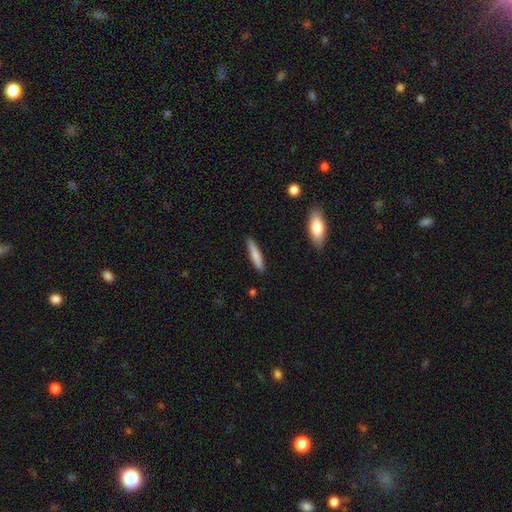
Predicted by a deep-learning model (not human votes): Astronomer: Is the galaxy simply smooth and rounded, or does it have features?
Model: smooth — 79%.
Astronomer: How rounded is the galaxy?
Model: cigar-shaped — 88%.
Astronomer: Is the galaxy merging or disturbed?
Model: none — 88%.